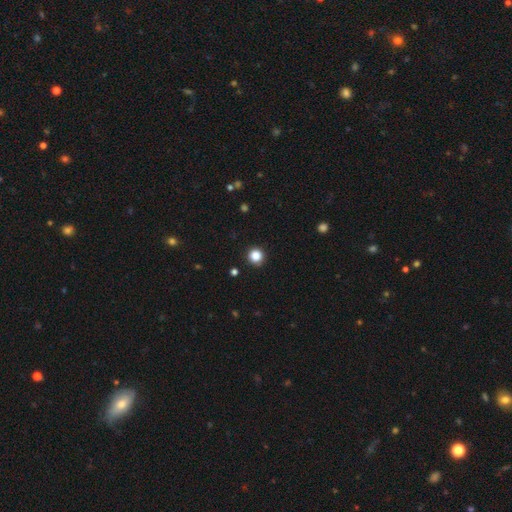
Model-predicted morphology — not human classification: smooth-or-featured: smooth: 85% | star or artifact: 12% | featured or disk: 3%
  how-rounded: round: 95% | in between: 4% | cigar-shaped: 1%
  merging: none: 92% | minor disturbance: 5% | major disturbance: 2% | merger: 1%